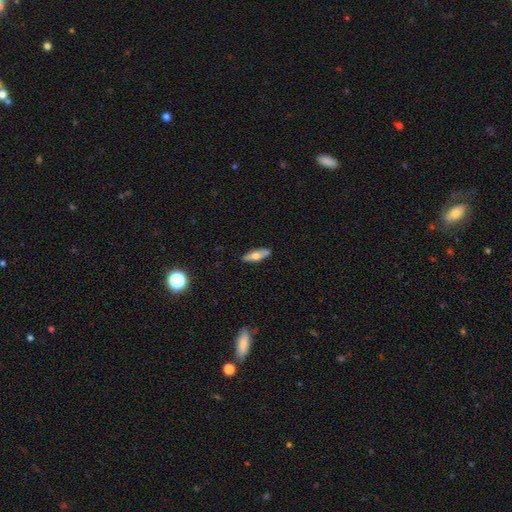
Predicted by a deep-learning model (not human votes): Morphology: type=smooth (56%); roundness=in between (49%); merging=none (87%).